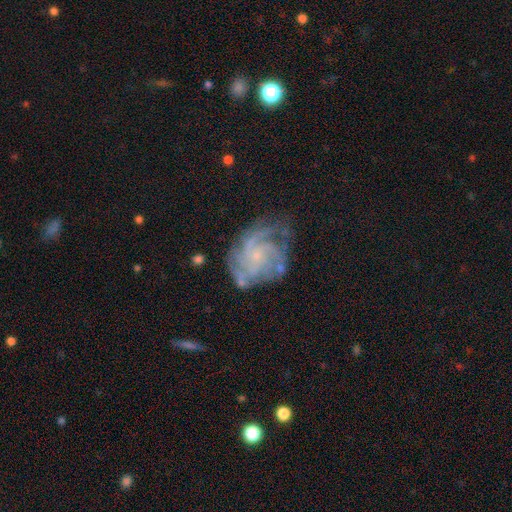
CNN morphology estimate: type=featured or disk (85%); edge-on=no (98%); bar=no (69%); spiral arms=yes (96%); winding=tight (53%); arm count=4 (30%); bulge=small (69%); merging=none (64%).